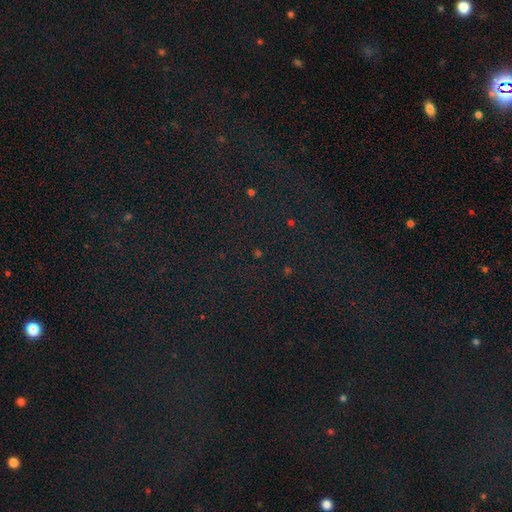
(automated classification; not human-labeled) Smooth or featured?
  - star or artifact: 82% *
  - smooth: 10%
  - featured or disk: 8%